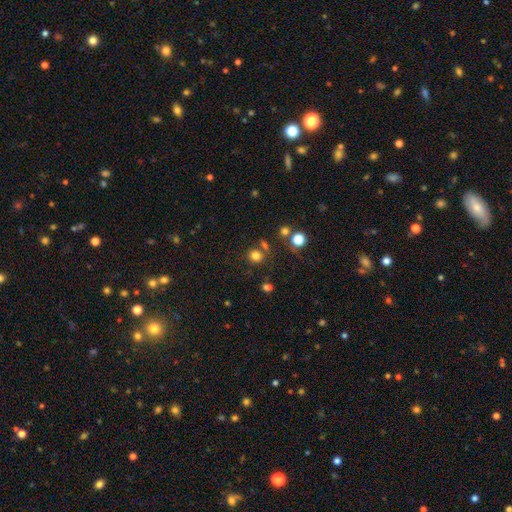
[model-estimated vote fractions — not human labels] A smooth galaxy with no disk features (77%) that is round (77%).

Vote fractions:
- Smooth or featured? smooth: 77% / star or artifact: 17% / featured or disk: 6%
- How rounded? round: 77% / in between: 22% / cigar-shaped: 1%
- Merging? none: 73% / merger: 12% / minor disturbance: 11% / major disturbance: 5%